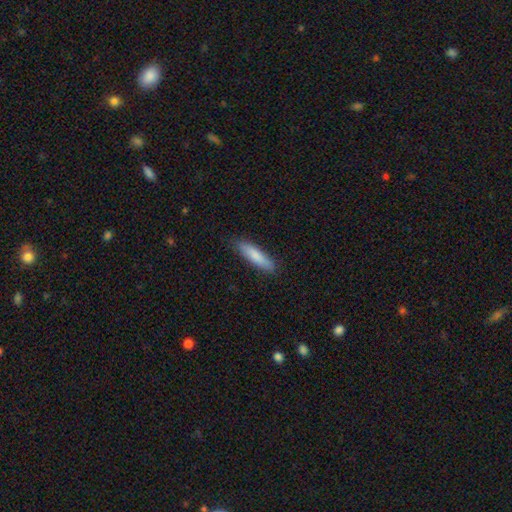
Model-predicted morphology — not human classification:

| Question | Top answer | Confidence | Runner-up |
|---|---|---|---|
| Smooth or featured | smooth | 81% | featured or disk (13%) |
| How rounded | cigar-shaped | 73% | in between (26%) |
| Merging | none | 85% | minor disturbance (12%) |